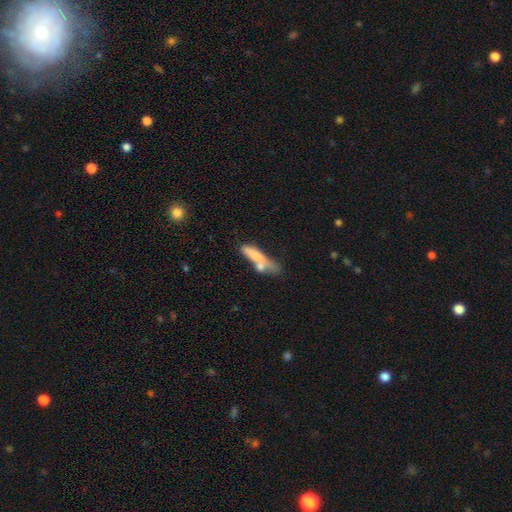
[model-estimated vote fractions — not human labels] A smooth galaxy with no disk features (57%) that is cigar-shaped (79%). Merging: none (43%).